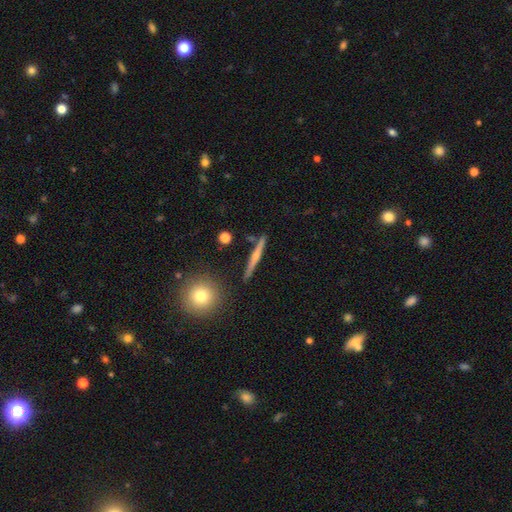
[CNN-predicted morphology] A featured or disk galaxy (66%) viewed edge-on (97%) with a rounded central bulge (75%).

Vote fractions:
- Smooth or featured? featured or disk: 66% / smooth: 27% / star or artifact: 7%
- Edge-on disk? yes: 97% / no: 3%
- Edge-on bulge? rounded: 75% / none: 20% / boxy: 5%
- Merging? none: 89% / minor disturbance: 7% / merger: 2% / major disturbance: 2%